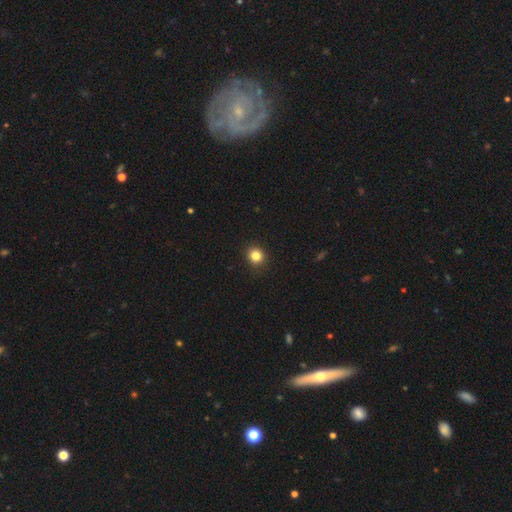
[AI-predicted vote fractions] Smooth or featured? Predicted: smooth (p=0.83). How rounded? Predicted: round (p=0.88). Merging? Predicted: none (p=0.92).